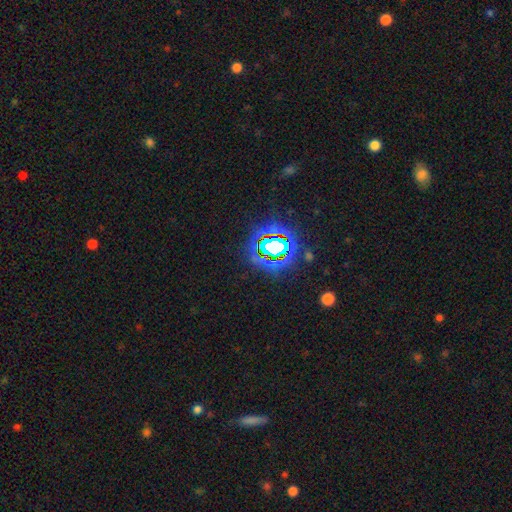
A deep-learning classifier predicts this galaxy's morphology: This is likely a star or artifact rather than a galaxy (79%).